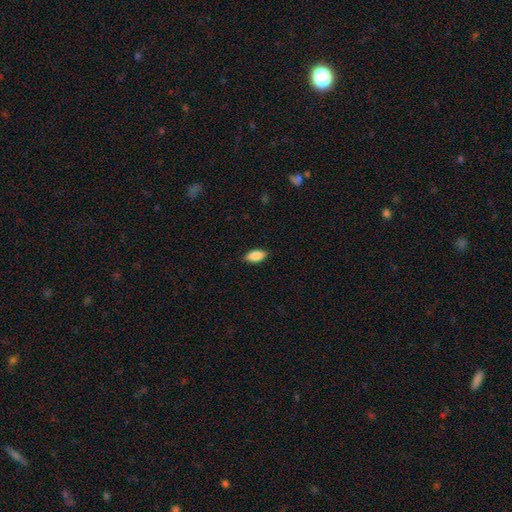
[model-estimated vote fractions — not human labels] Smooth or featured?
  - smooth: 88% *
  - star or artifact: 6%
  - featured or disk: 5%
How rounded?
  - in between: 90% *
  - cigar-shaped: 7%
  - round: 3%
Merging?
  - none: 86% *
  - minor disturbance: 11%
  - major disturbance: 2%
  - merger: 1%